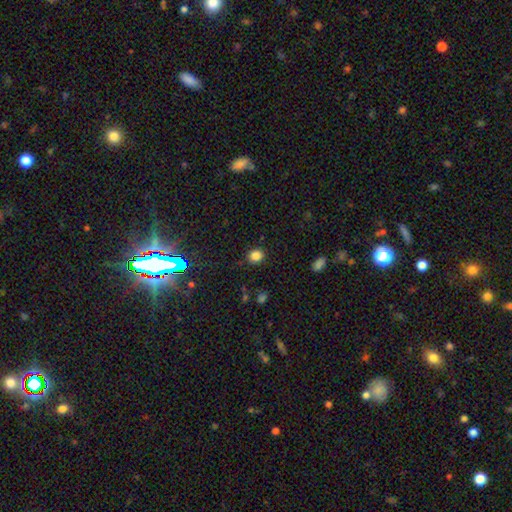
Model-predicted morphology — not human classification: Smooth or featured: smooth — 82% (star or artifact — 13%)
How rounded: round — 73% (in between — 26%)
Merging: none — 86% (minor disturbance — 9%)